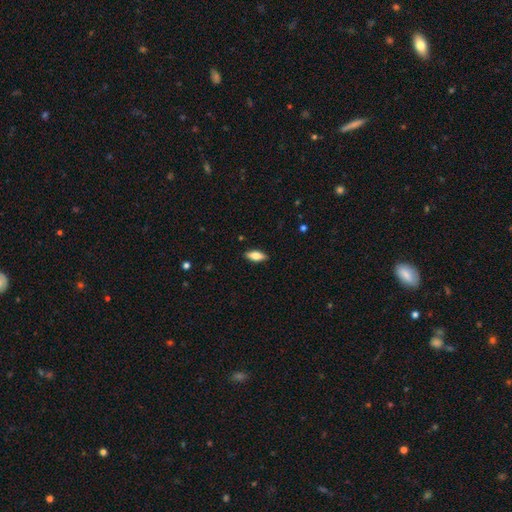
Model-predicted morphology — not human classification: Q: Smooth or featured?
A: smooth (73%); runner-up: featured or disk (21%)
Q: How rounded?
A: in between (77%); runner-up: cigar-shaped (20%)
Q: Merging?
A: none (89%); runner-up: minor disturbance (9%)